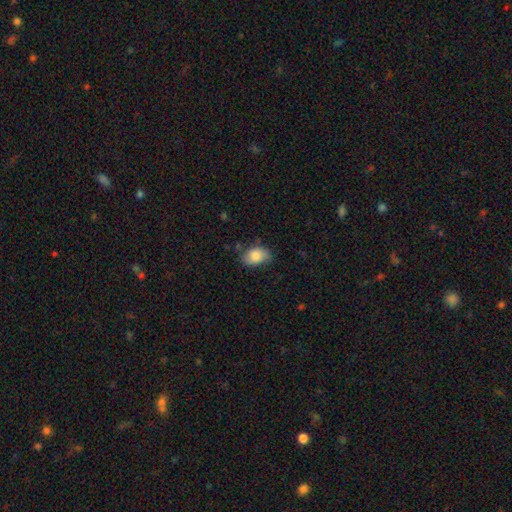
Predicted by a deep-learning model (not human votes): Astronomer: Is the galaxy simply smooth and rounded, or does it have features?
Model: smooth — 83%.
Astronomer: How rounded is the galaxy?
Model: in between — 83%.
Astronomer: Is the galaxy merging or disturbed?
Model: none — 64%.